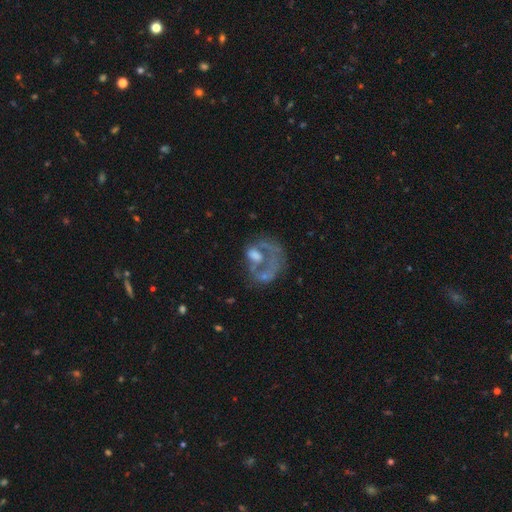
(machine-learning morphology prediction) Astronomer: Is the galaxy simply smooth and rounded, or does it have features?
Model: featured or disk — 65%.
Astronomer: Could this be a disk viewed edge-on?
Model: no — 98%.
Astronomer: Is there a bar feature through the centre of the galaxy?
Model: no — 83%.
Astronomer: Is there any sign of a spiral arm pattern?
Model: no — 65%.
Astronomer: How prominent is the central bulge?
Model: none — 37% (runner-up: moderate, 34%).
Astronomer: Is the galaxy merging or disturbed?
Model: major disturbance — 42% (runner-up: none, 32%).